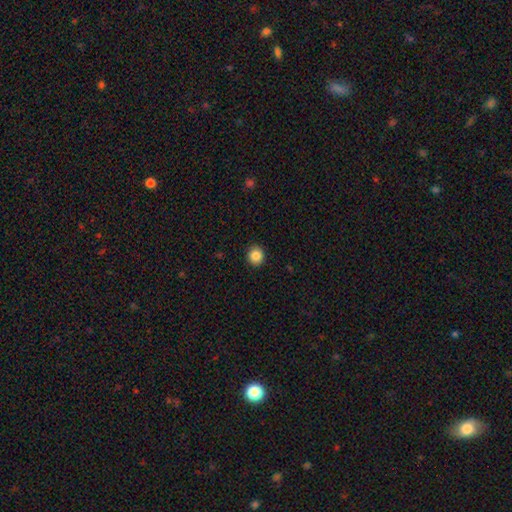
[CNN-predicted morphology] A smooth galaxy with no disk features (86%) that is round (89%). Merging: none (92%).